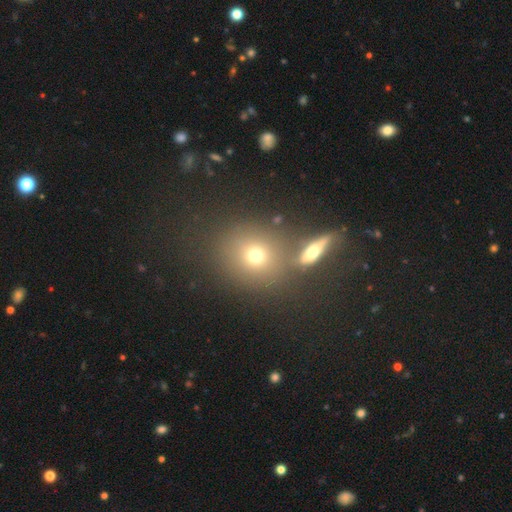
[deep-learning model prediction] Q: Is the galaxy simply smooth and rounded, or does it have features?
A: smooth — 70%.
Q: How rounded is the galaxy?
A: round — 79%.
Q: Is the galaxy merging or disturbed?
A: none — 65%.